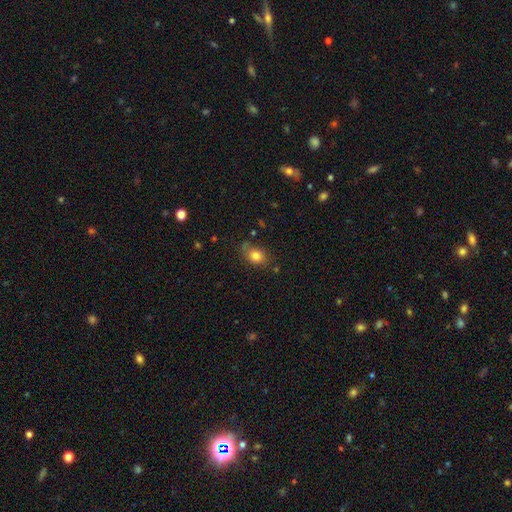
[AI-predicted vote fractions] Morphology: type=smooth (81%); roundness=in between (60%); merging=none (69%).